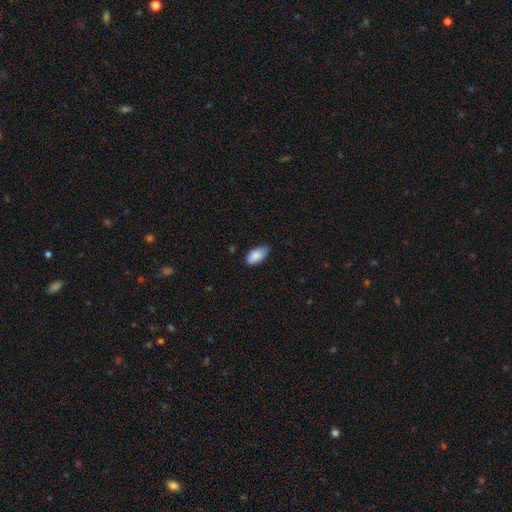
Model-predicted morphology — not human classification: A smooth galaxy with no disk features (88%) that is in between round and cigar-shaped (93%). Merging: none (69%).